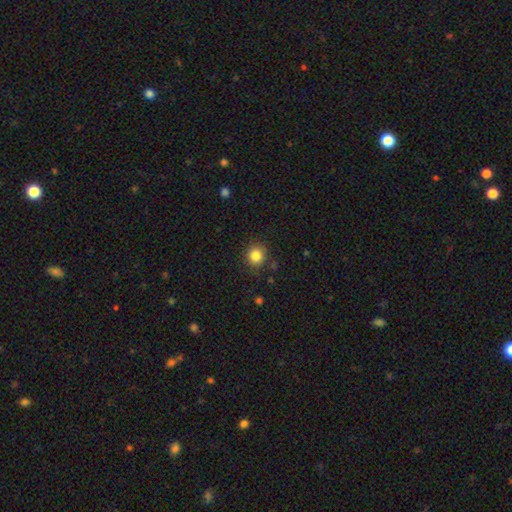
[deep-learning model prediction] This appears to be a smooth galaxy with no disk features (83%) that is round (89%). Merging: none (85%).